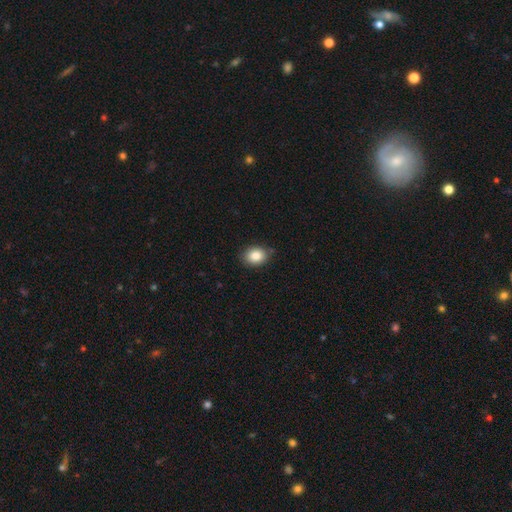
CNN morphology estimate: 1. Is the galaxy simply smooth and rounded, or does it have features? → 86% smooth, 8% star or artifact, 6% featured or disk.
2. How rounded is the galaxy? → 59% in between, 40% round, 1% cigar-shaped.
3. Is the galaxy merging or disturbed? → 80% none, 15% minor disturbance, 3% major disturbance, 2% merger.